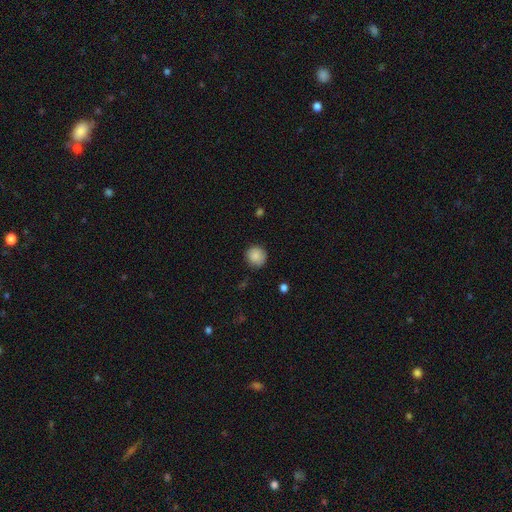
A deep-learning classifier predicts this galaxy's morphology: A smooth galaxy with no disk features (88%) that is round (93%). Merging: none (84%).